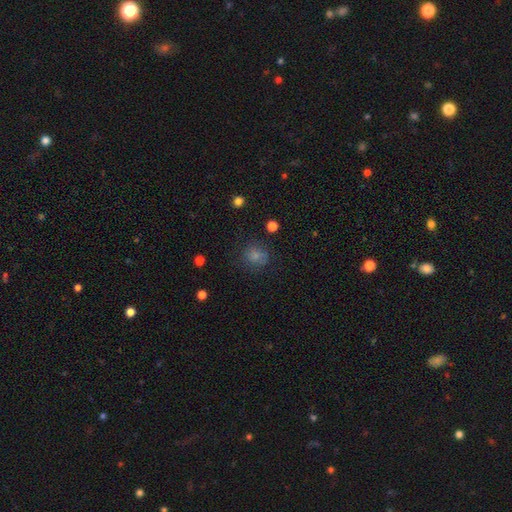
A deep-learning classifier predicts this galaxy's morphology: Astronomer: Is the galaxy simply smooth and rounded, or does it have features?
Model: smooth — 74%.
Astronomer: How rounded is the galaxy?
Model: round — 79%.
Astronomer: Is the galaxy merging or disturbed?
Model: none — 71%.